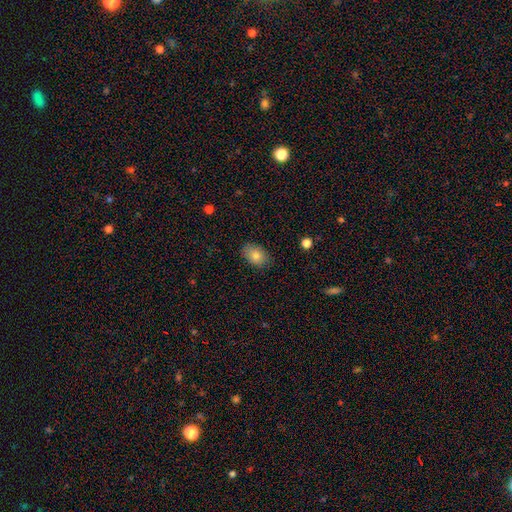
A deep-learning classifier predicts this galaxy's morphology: type=smooth (81%); roundness=in between (83%); merging=none (85%).